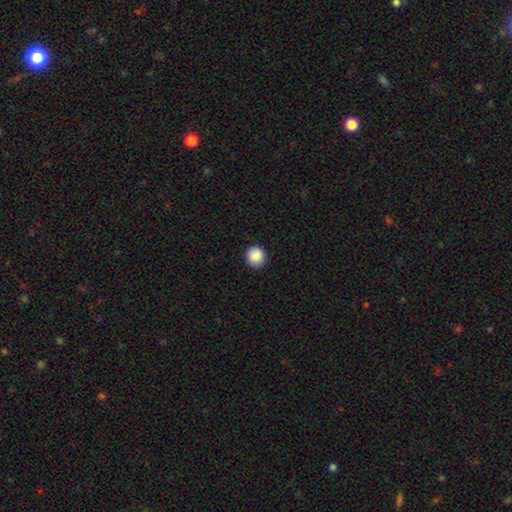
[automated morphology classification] smooth_or_featured: smooth (p=0.88) [alt: star or artifact p=0.09]
how_rounded: round (p=0.91) [alt: in between p=0.08]
merging: none (p=0.90) [alt: minor disturbance p=0.07]